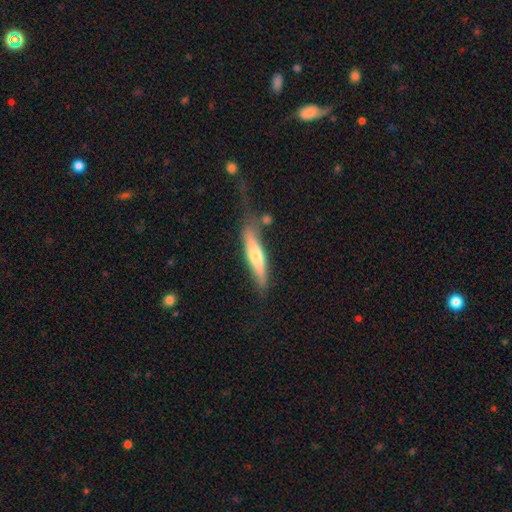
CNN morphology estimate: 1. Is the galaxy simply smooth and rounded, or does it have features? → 52% smooth, 43% featured or disk, 6% star or artifact.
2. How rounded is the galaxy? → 85% cigar-shaped, 13% in between, 2% round.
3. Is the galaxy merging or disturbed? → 57% none, 24% minor disturbance, 12% major disturbance, 7% merger.